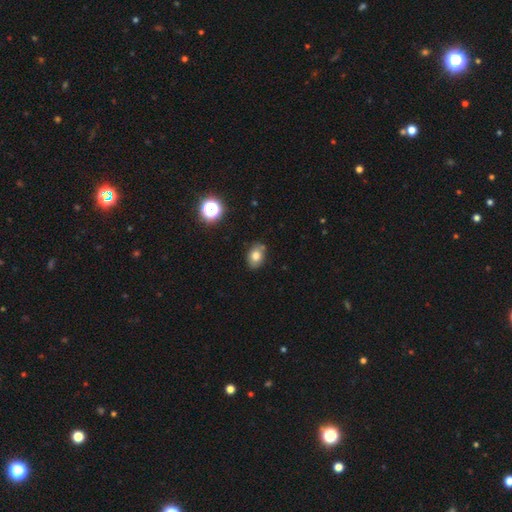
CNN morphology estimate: This is likely a smooth galaxy (77%). How rounded: likely in between (75%). Merging: likely none (76%).